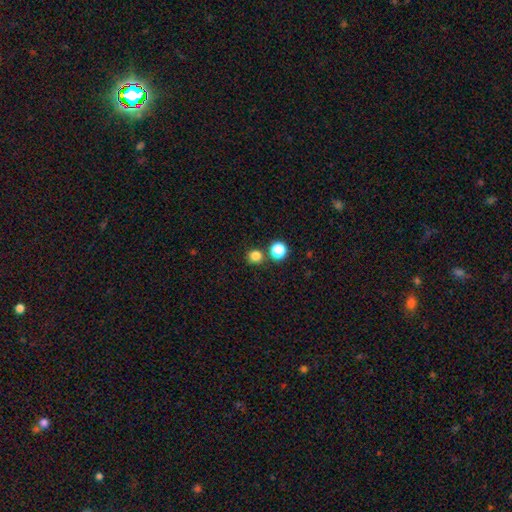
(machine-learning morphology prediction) A smooth galaxy with no disk features (82%) that is round (90%). Merging: none (76%).